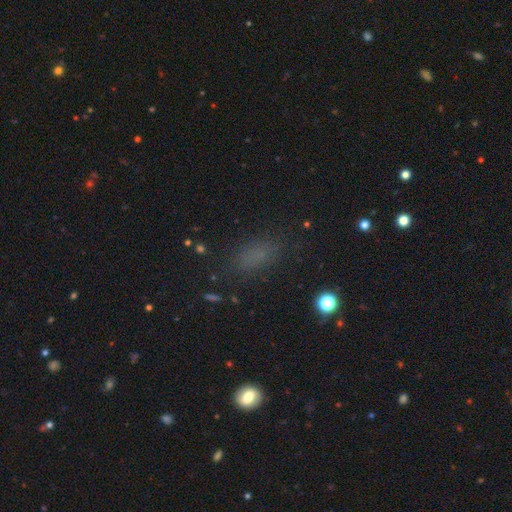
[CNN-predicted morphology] Smooth or featured? smooth (72%)
How rounded? in between (79%)
Merging? none (80%)